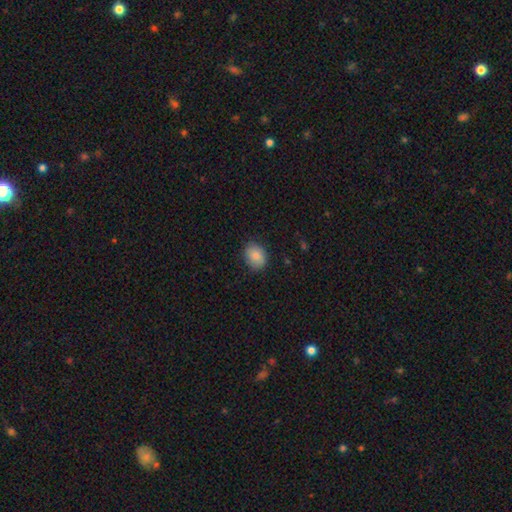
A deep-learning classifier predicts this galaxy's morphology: Overall: smooth (87%). How rounded: in between (56%; round 44%). Merging: none (82%).